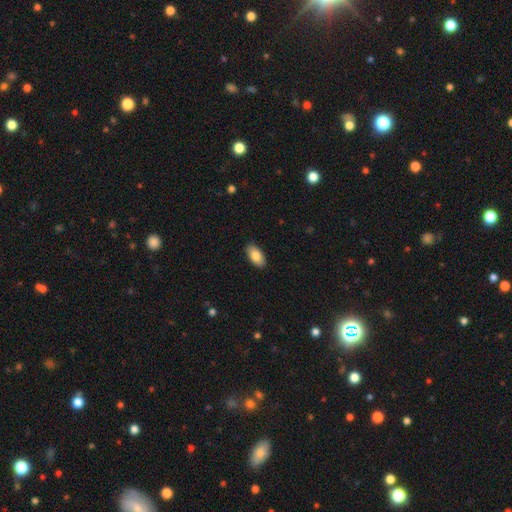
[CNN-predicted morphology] A smooth galaxy with no disk features (84%) that is in between round and cigar-shaped (94%).

Vote fractions:
- Smooth or featured? smooth: 84% / featured or disk: 9% / star or artifact: 6%
- How rounded? in between: 94% / cigar-shaped: 4% / round: 3%
- Merging? none: 89% / minor disturbance: 8% / major disturbance: 2% / merger: 1%